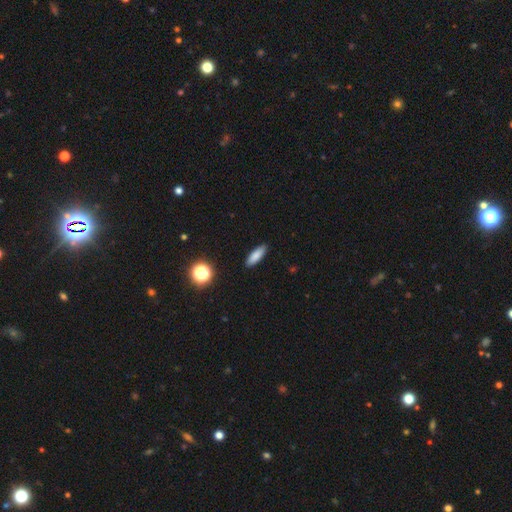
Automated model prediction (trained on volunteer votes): Smooth or featured: smooth — 83% (star or artifact — 9%)
How rounded: in between — 56% (cigar-shaped — 41%)
Merging: none — 90% (minor disturbance — 8%)